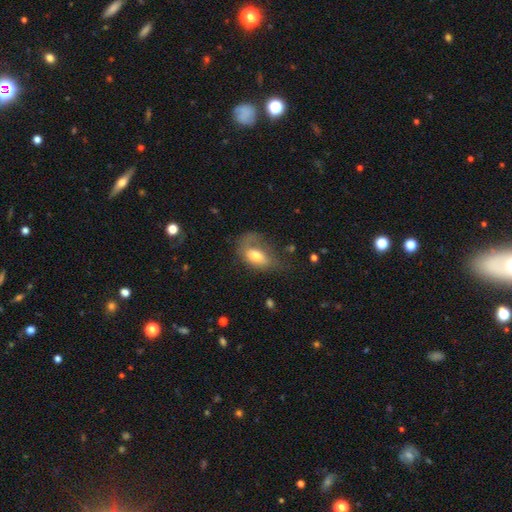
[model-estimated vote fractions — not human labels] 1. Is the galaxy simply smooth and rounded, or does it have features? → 66% smooth, 26% featured or disk, 8% star or artifact.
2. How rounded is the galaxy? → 87% in between, 9% round, 4% cigar-shaped.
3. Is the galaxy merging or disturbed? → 38% major disturbance, 31% none, 28% minor disturbance, 3% merger.